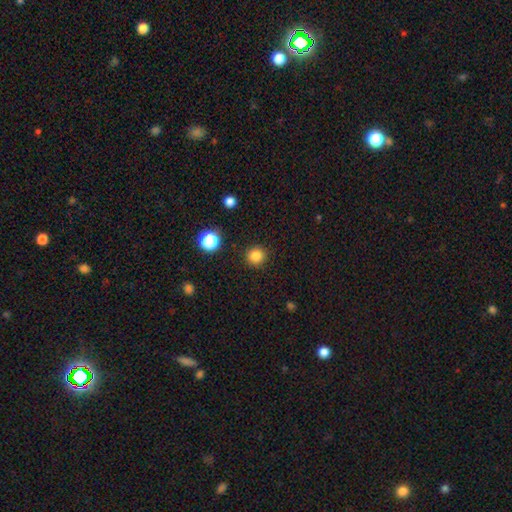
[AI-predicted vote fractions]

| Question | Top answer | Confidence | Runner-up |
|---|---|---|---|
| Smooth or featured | smooth | 83% | star or artifact (13%) |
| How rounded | round | 94% | in between (5%) |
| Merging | none | 91% | minor disturbance (6%) |